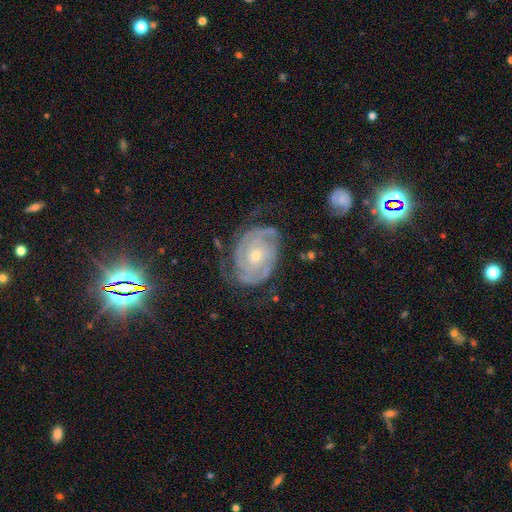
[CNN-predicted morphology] smooth_or_featured: featured or disk (p=0.89) [alt: star or artifact p=0.06]
disk_edge_on: no (p=0.97) [alt: yes p=0.03]
bar: no (p=0.73) [alt: weak p=0.20]
has_spiral_arms: yes (p=0.97) [alt: no p=0.03]
spiral_winding: tight (p=0.76) [alt: medium p=0.20]
spiral_arm_count: 2 (p=0.50) [alt: 3 p=0.18]
bulge_size: small (p=0.59) [alt: moderate p=0.39]
merging: none (p=0.71) [alt: minor disturbance p=0.20]